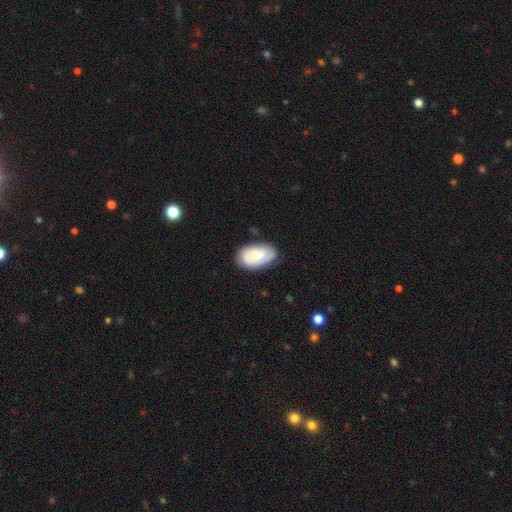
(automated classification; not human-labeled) Smooth or featured? Predicted: smooth (p=0.55). How rounded? Predicted: in between (p=0.93). Merging? Predicted: none (p=0.76).